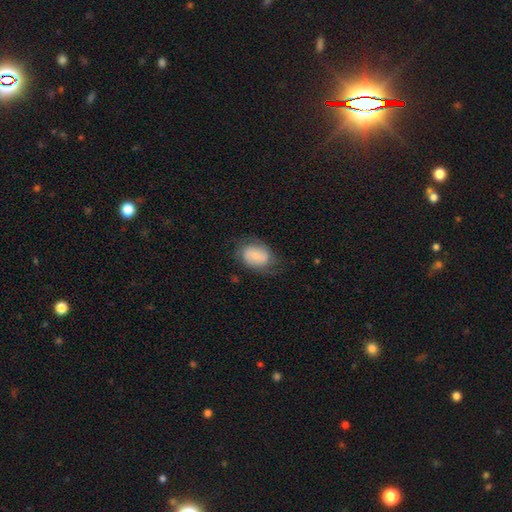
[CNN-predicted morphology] A smooth galaxy with no disk features (50%) that is in between round and cigar-shaped (75%).

Vote fractions:
- Smooth or featured? smooth: 50% / featured or disk: 42% / star or artifact: 8%
- How rounded? in between: 75% / round: 24% / cigar-shaped: 1%
- Merging? none: 61% / minor disturbance: 24% / major disturbance: 13% / merger: 1%